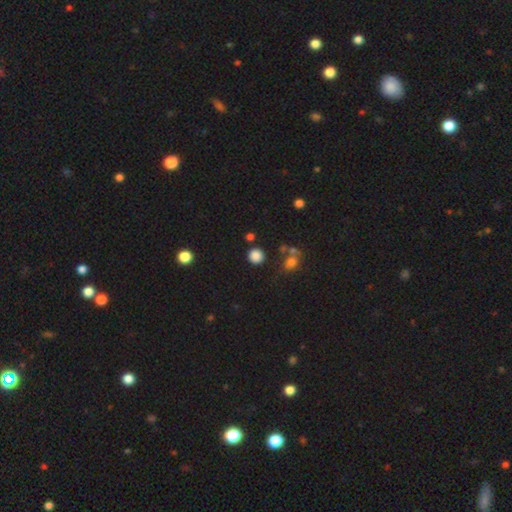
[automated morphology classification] Smooth or featured? smooth (84%)
How rounded? round (92%)
Merging? none (83%)